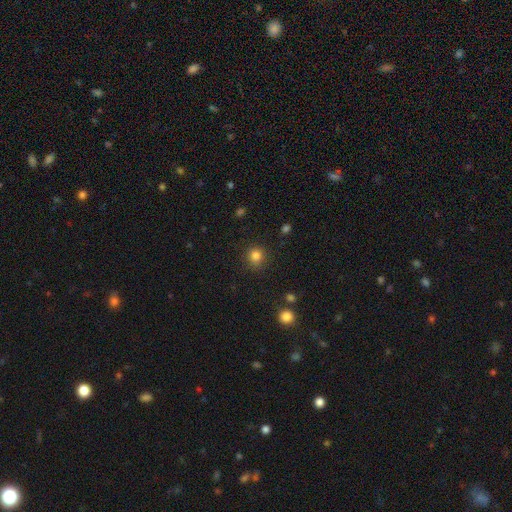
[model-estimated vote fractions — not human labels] Morphology: type=smooth (82%); roundness=round (87%); merging=none (86%).